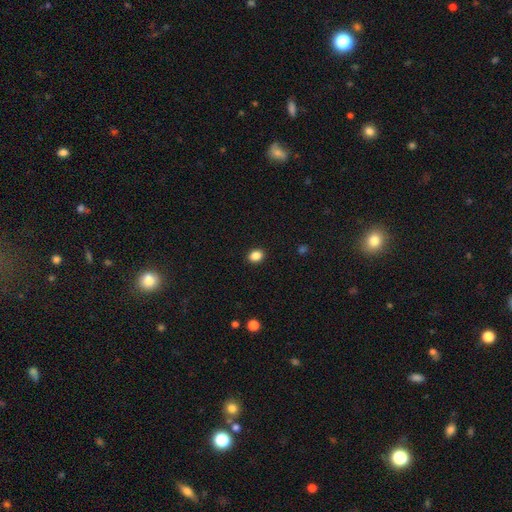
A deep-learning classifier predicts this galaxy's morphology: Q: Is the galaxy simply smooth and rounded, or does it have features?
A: smooth — 87%.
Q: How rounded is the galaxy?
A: in between — 51%.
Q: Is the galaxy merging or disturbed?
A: none — 91%.